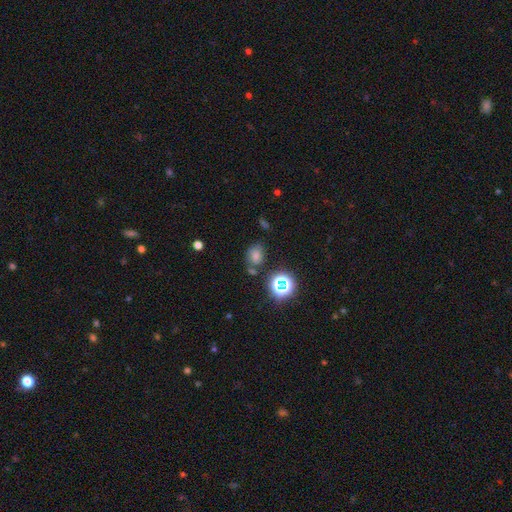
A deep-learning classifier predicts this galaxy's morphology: type=smooth (49%); merging=none (74%).